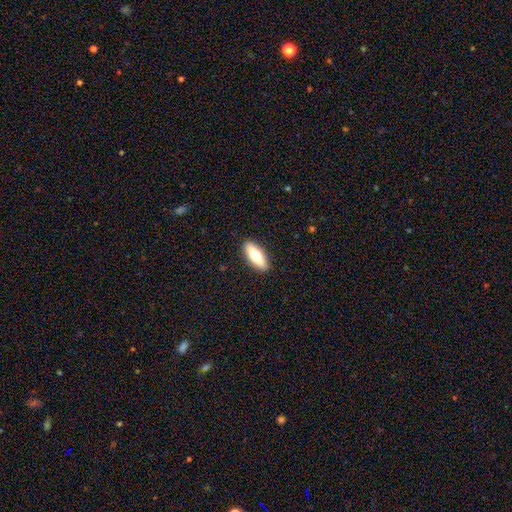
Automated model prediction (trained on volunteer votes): Q: Smooth or featured?
A: smooth (67%); runner-up: featured or disk (27%)
Q: How rounded?
A: in between (65%); runner-up: cigar-shaped (32%)
Q: Merging?
A: none (90%); runner-up: minor disturbance (7%)